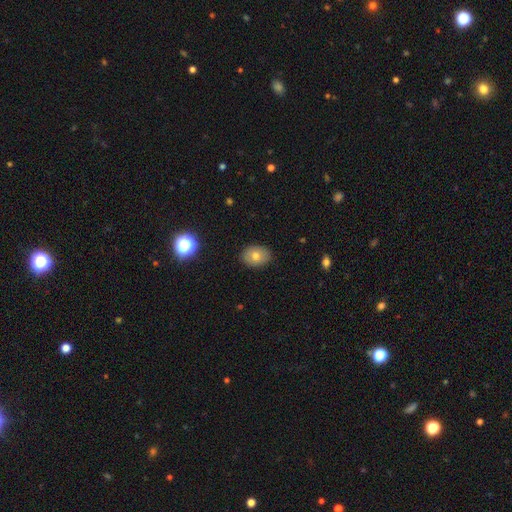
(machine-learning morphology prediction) Smooth or featured? Predicted: smooth (p=0.73). How rounded? Predicted: in between (p=0.68). Merging? Predicted: none (p=0.87).